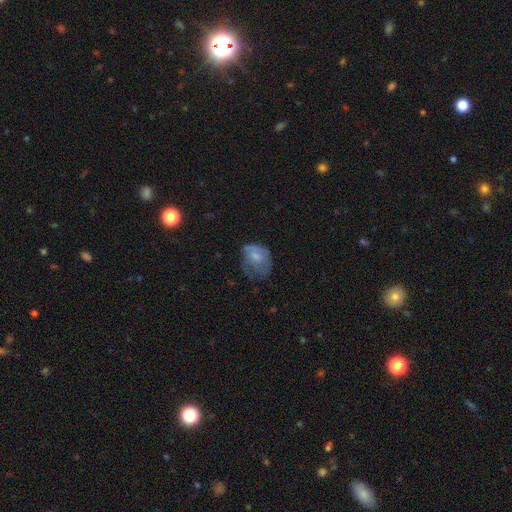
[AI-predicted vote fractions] Smooth or featured?
  - smooth: 57% *
  - featured or disk: 34%
  - star or artifact: 9%
How rounded?
  - in between: 63% *
  - round: 36%
  - cigar-shaped: 1%
Merging?
  - none: 33% * (tied)
  - minor disturbance: 33% * (tied)
  - major disturbance: 31%
  - merger: 2%